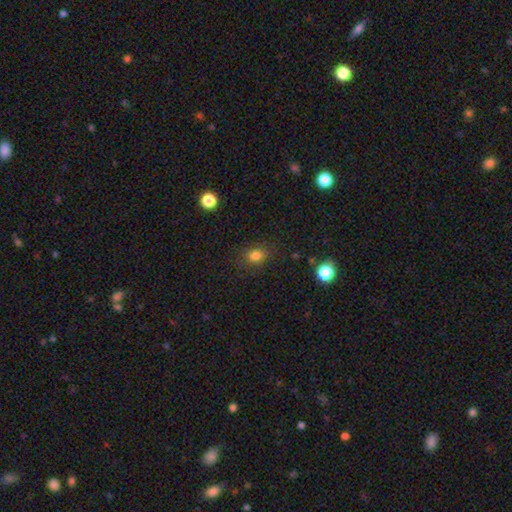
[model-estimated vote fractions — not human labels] This appears to be a smooth galaxy with no disk features (80%) that is round (57%). Merging: none (82%).